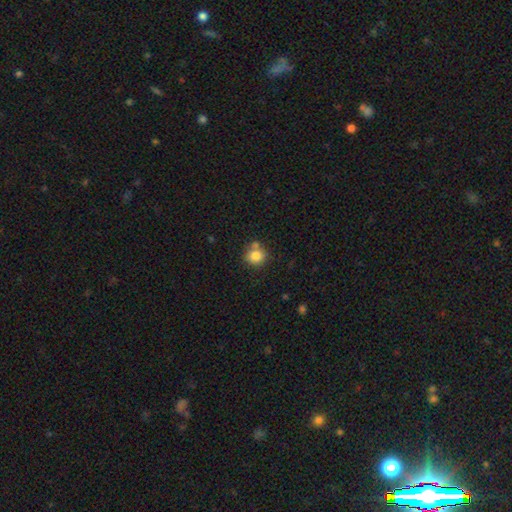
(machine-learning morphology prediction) A smooth galaxy with no disk features (82%) that is round (82%). Merging: none (64%).